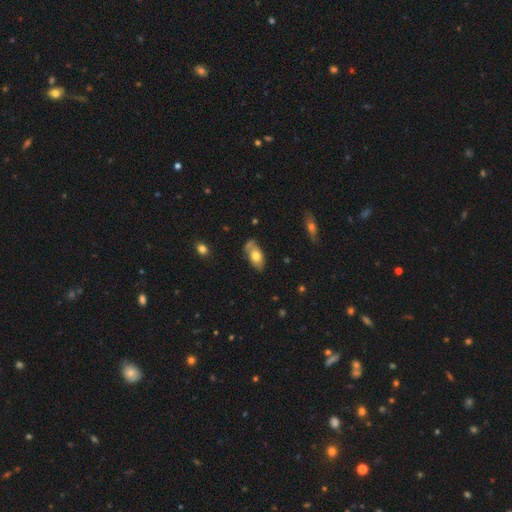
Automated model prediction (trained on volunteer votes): Morphology: type=smooth (67%); roundness=in between (91%); merging=none (65%).